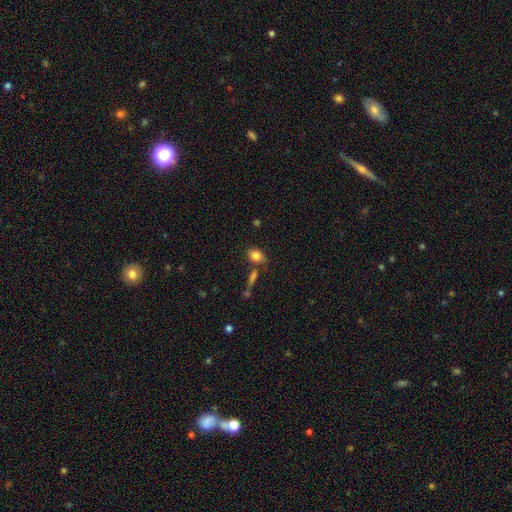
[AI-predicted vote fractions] smooth-or-featured: smooth: 83% | star or artifact: 9% | featured or disk: 8%
  how-rounded: in between: 73% | round: 25% | cigar-shaped: 2%
  merging: none: 70% | minor disturbance: 14% | merger: 12% | major disturbance: 4%